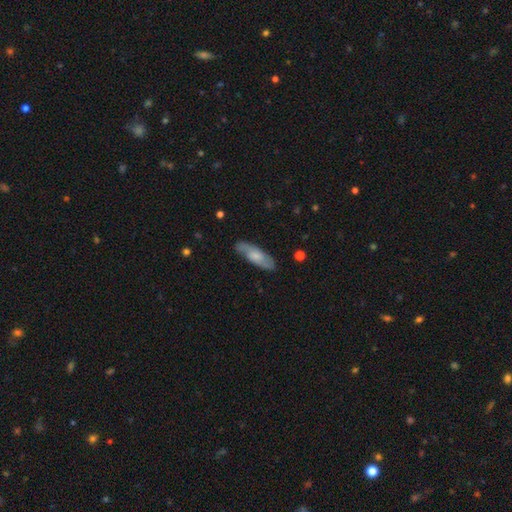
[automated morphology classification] smooth-or-featured: smooth: 56% | featured or disk: 37% | star or artifact: 6%
  how-rounded: in between: 53% | cigar-shaped: 45% | round: 2%
  merging: none: 81% | minor disturbance: 14% | major disturbance: 3% | merger: 1%